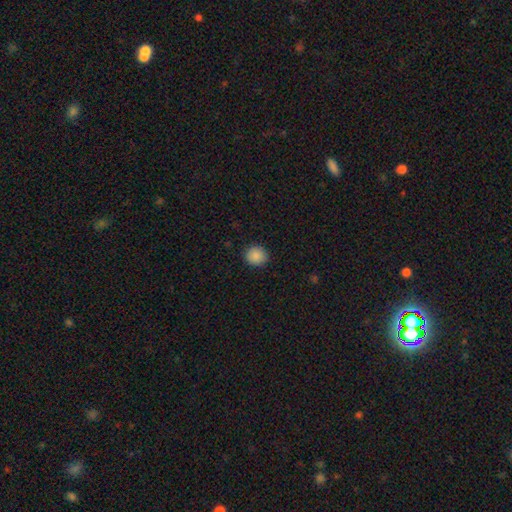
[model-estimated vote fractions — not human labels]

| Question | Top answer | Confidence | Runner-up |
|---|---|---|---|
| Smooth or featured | smooth | 88% | star or artifact (9%) |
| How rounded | round | 86% | in between (13%) |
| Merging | none | 90% | minor disturbance (7%) |